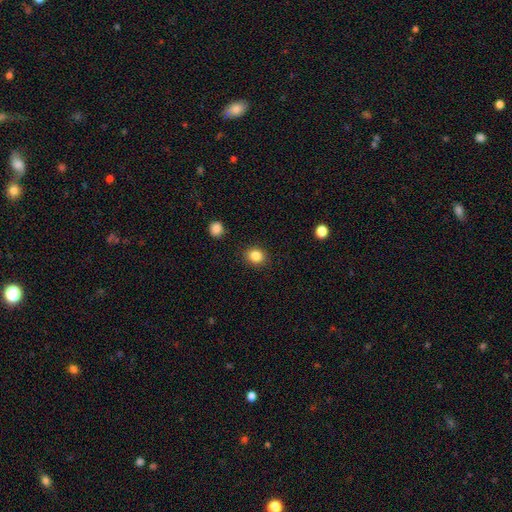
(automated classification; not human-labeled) A smooth galaxy with no disk features (85%) that is round (66%). Merging: none (89%).